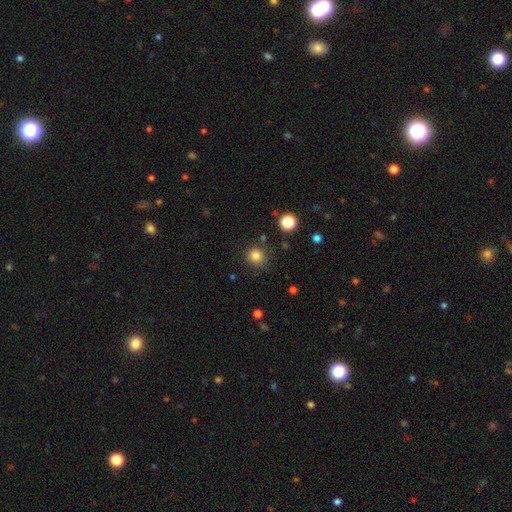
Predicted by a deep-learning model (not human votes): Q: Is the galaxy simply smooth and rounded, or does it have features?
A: smooth — 82%.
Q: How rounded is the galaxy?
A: round — 93%.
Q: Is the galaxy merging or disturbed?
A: none — 85%.